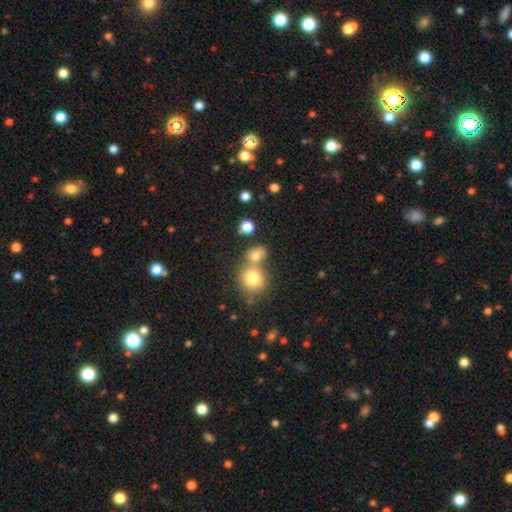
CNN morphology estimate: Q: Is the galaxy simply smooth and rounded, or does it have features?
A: smooth — 77%.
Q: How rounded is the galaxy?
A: round — 64%.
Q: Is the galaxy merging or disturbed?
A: merger — 45%.